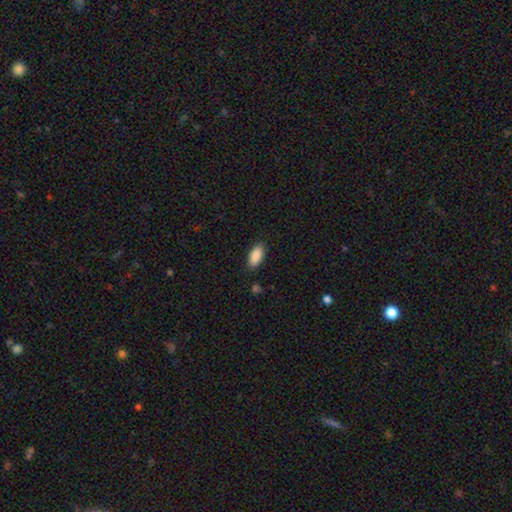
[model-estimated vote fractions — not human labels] Smooth or featured? smooth (90%)
How rounded? in between (91%)
Merging? none (86%)